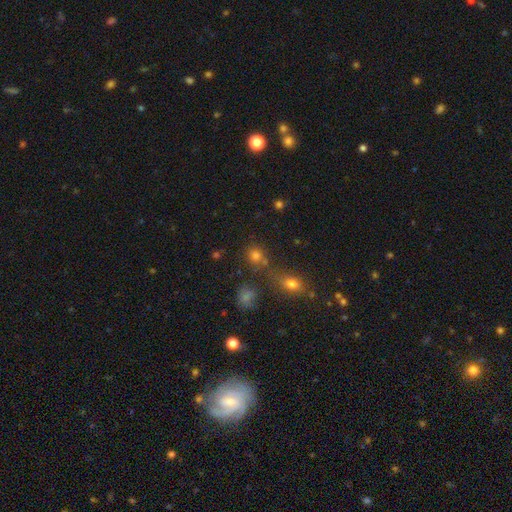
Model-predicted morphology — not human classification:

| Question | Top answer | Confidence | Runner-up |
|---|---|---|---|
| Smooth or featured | smooth | 75% | star or artifact (18%) |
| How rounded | round | 78% | in between (21%) |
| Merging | none | 62% | merger (22%) |